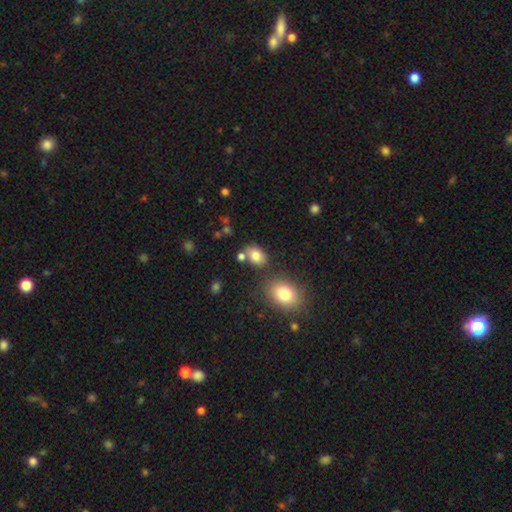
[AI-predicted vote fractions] Q: Smooth or featured?
A: smooth (81%); runner-up: star or artifact (10%)
Q: How rounded?
A: in between (76%); runner-up: round (23%)
Q: Merging?
A: none (64%); runner-up: merger (17%)